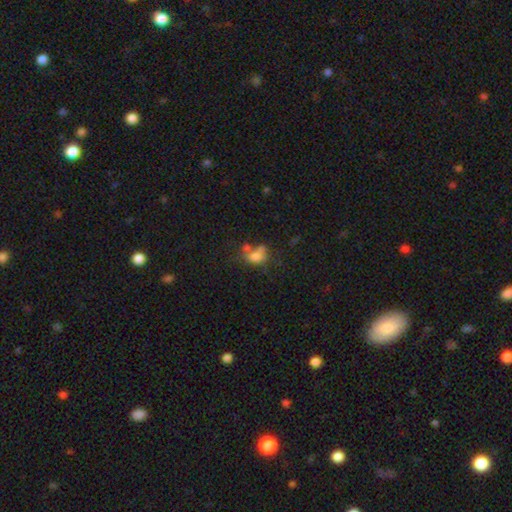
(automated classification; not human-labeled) Morphology: type=smooth (64%); roundness=in between (64%); merging=merger (35%).